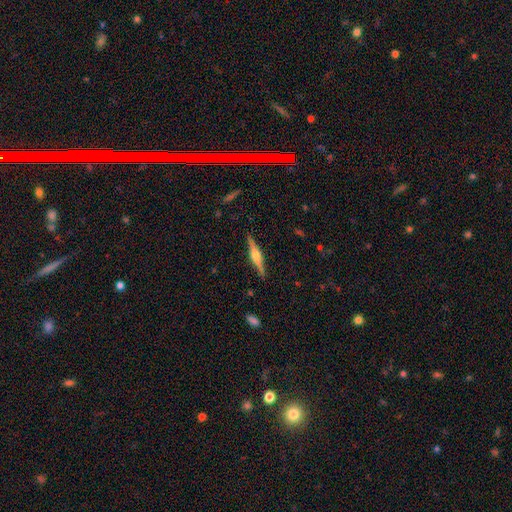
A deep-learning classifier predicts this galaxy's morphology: Q: Smooth or featured?
A: featured or disk (76%); runner-up: smooth (18%)
Q: Edge-on disk?
A: yes (98%); runner-up: no (2%)
Q: Edge-on bulge?
A: rounded (78%); runner-up: boxy (18%)
Q: Merging?
A: none (90%); runner-up: minor disturbance (8%)